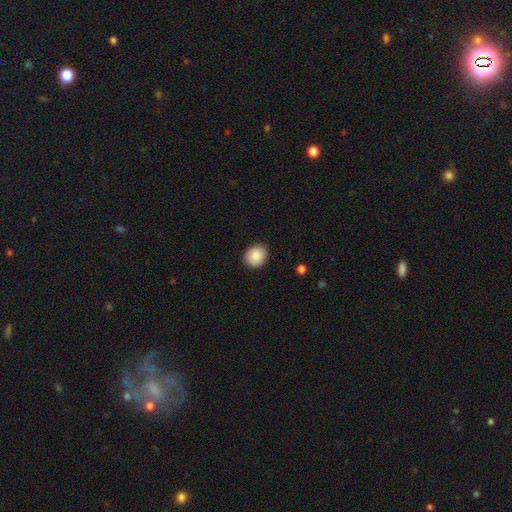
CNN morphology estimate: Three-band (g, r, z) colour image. It shows a smooth galaxy with no disk features (89%) that is round (72%). Merging: none (89%).